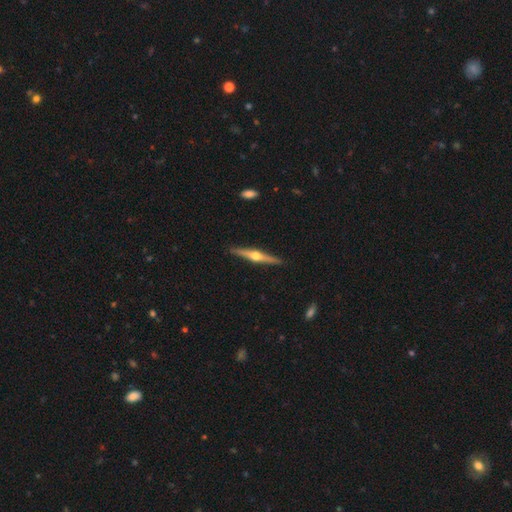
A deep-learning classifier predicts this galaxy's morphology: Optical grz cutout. It shows a featured or disk galaxy (78%) viewed edge-on (98%) with a rounded central bulge (96%). Merging: none (91%).